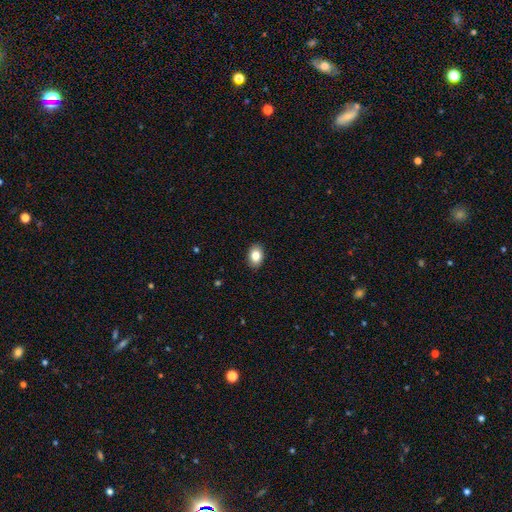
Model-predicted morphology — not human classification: Smooth or featured: smooth — 84% (star or artifact — 8%)
How rounded: in between — 80% (round — 19%)
Merging: none — 89% (minor disturbance — 8%)